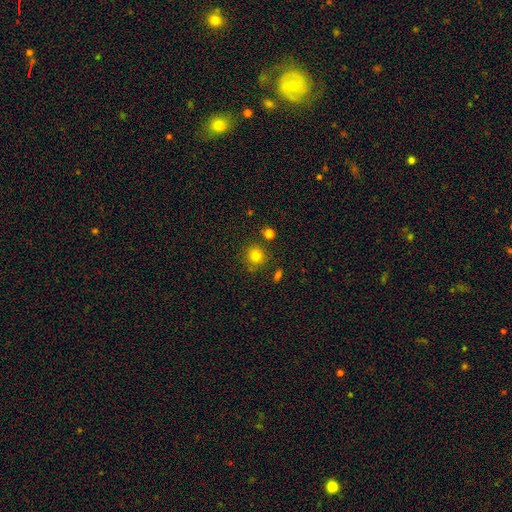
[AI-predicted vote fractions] Smooth or featured? smooth (80%)
How rounded? round (90%)
Merging? none (81%)